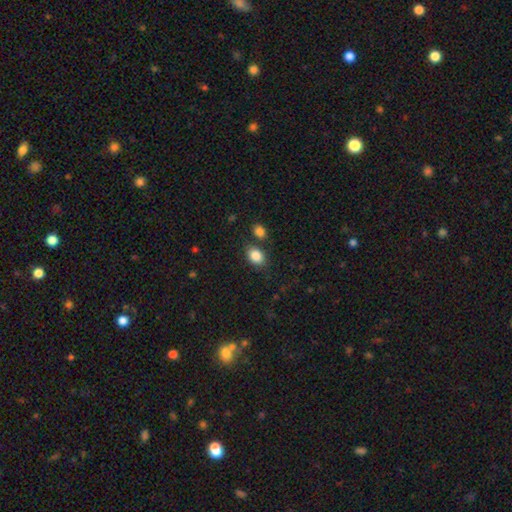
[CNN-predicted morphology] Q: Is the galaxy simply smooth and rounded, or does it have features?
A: smooth — 86%.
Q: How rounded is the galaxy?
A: in between — 69%.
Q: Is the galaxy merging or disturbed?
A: none — 74%.